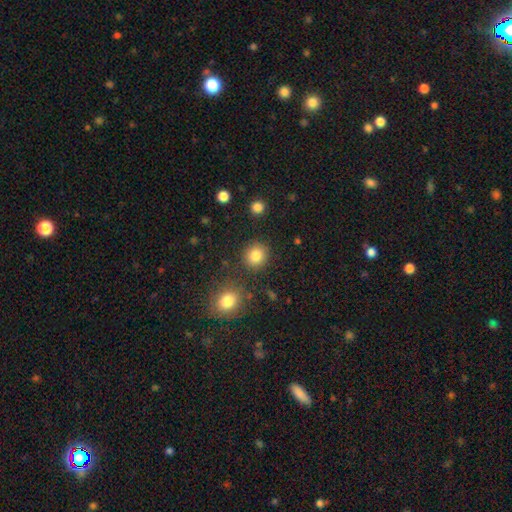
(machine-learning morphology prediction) smooth 84%, star or artifact 11%, featured or disk 5%. Down the decision tree: how rounded — round (85%); merging — none (85%).